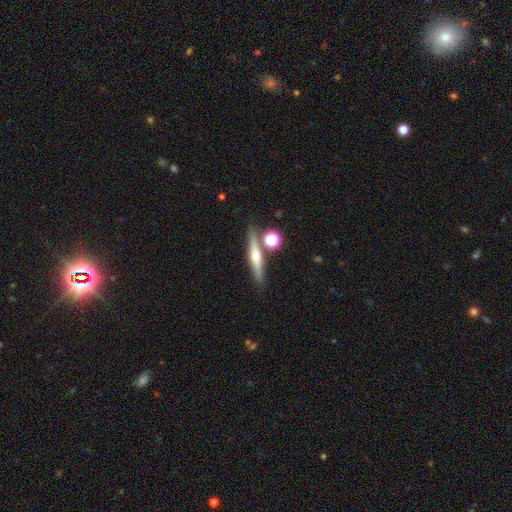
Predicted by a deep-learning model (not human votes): smooth-or-featured: featured or disk: 61% | smooth: 31% | star or artifact: 8%
  disk-edge-on: yes: 94% | no: 6%
    edge-on-bulge: rounded: 92% | none: 5% | boxy: 3%
  merging: none: 79% | merger: 9% | minor disturbance: 9% | major disturbance: 3%